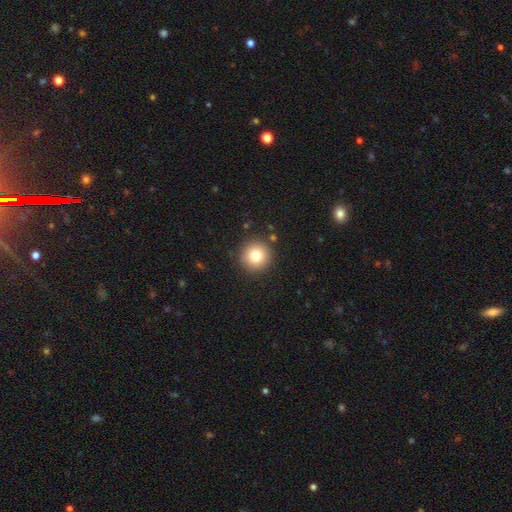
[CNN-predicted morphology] This appears to be a smooth galaxy with no disk features (78%) that is round (95%). Merging: none (89%).